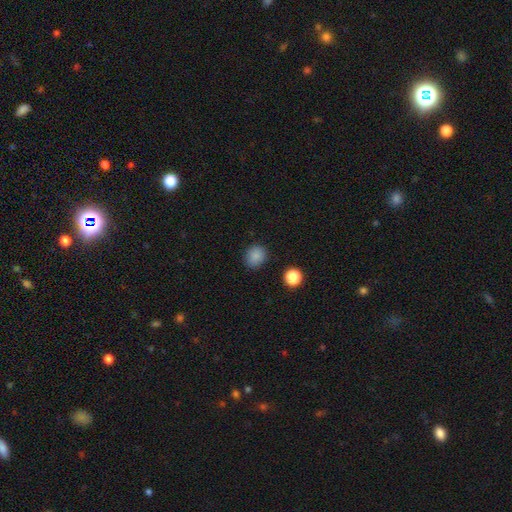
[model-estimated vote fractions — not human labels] Smooth or featured?
  - smooth: 84% *
  - star or artifact: 12%
  - featured or disk: 4%
How rounded?
  - round: 72% *
  - in between: 27%
  - cigar-shaped: 1%
Merging?
  - none: 85% *
  - minor disturbance: 11%
  - major disturbance: 3%
  - merger: 2%